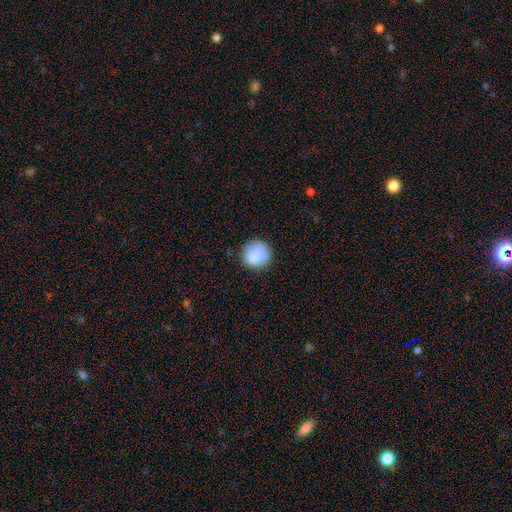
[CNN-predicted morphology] This appears to be a smooth galaxy with no disk features (74%) that is round (90%). Merging: none (67%).